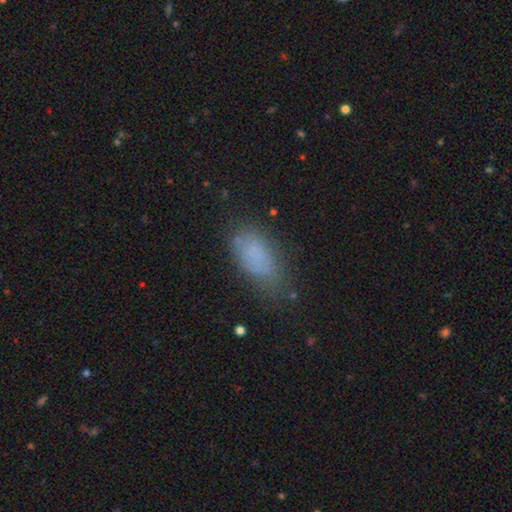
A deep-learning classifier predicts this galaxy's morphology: This is likely a smooth galaxy (75%). How rounded: clearly in between (87%). Merging: possibly none (60%).